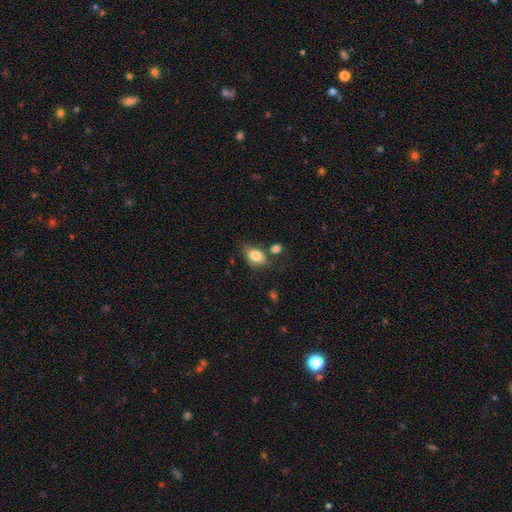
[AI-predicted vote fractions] The model was most divided on "merging": none: 60%, minor disturbance: 21%, merger: 13%, major disturbance: 6%. More confident: how rounded — in between (85%); smooth or featured — smooth (81%).